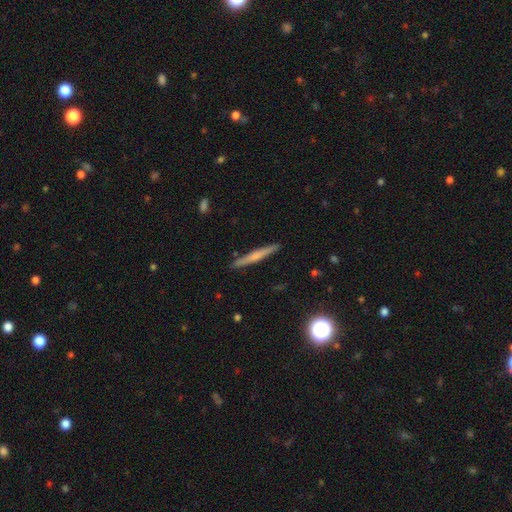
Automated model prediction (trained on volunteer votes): This appears to be a featured or disk galaxy (49%). Merging: none (90%).